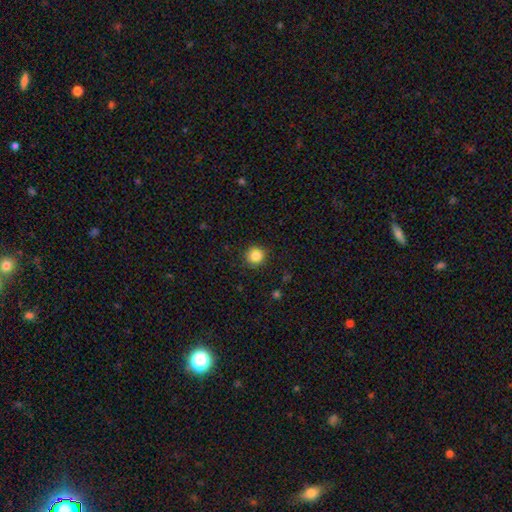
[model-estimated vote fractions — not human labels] A smooth galaxy with no disk features (85%) that is round (93%). Merging: none (90%).